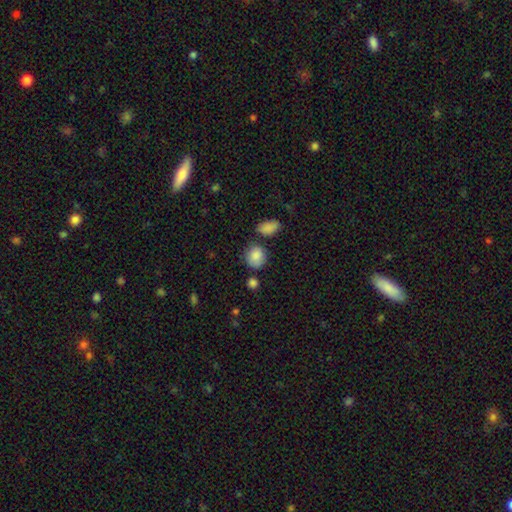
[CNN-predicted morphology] Smooth or featured: smooth — 86% (star or artifact — 8%)
How rounded: round — 71% (in between — 28%)
Merging: none — 68% (minor disturbance — 18%)